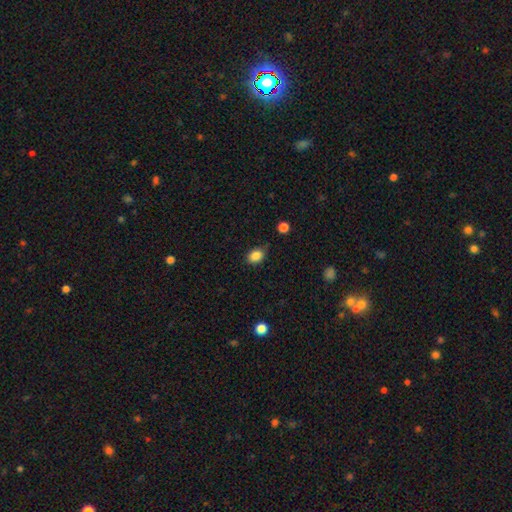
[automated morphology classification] Overall: smooth (85%). How rounded: in between (62%; round 37%). Merging: none (76%).